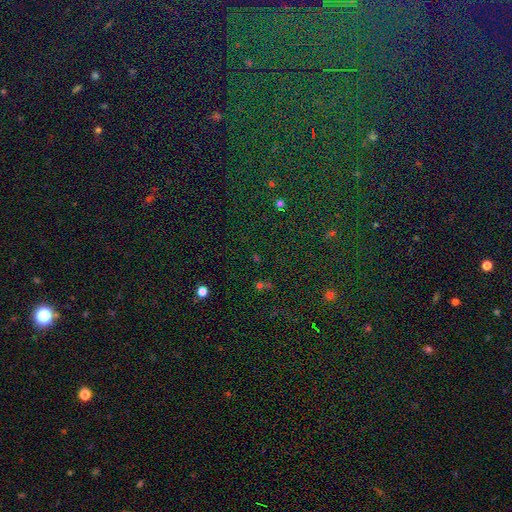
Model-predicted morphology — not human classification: A star or artifact, not a galaxy (80%).